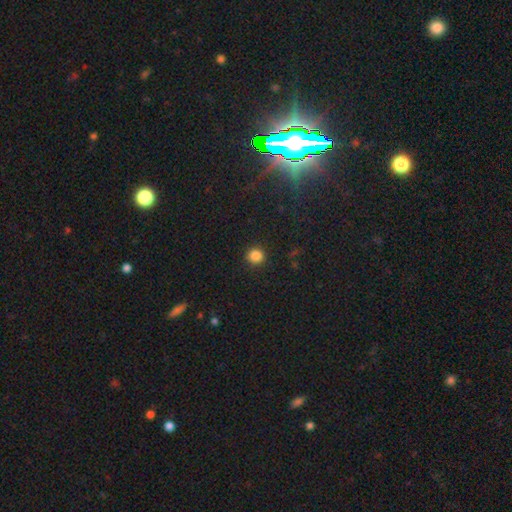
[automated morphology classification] Smooth or featured? Predicted: smooth (p=0.85). How rounded? Predicted: round (p=0.91). Merging? Predicted: none (p=0.91).